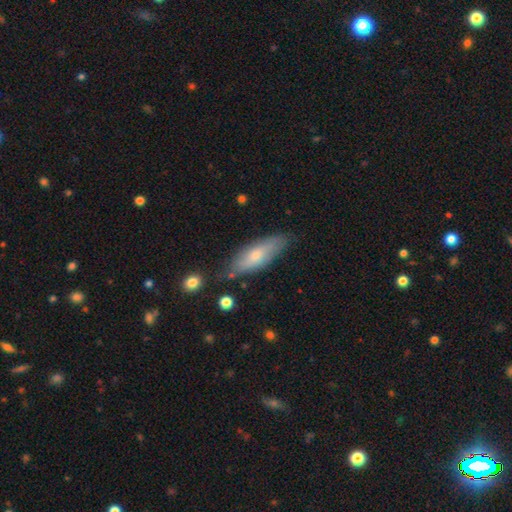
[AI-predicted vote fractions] Q: Smooth or featured?
A: smooth (64%); runner-up: featured or disk (30%)
Q: How rounded?
A: in between (52%); runner-up: cigar-shaped (46%)
Q: Merging?
A: none (73%); runner-up: minor disturbance (20%)